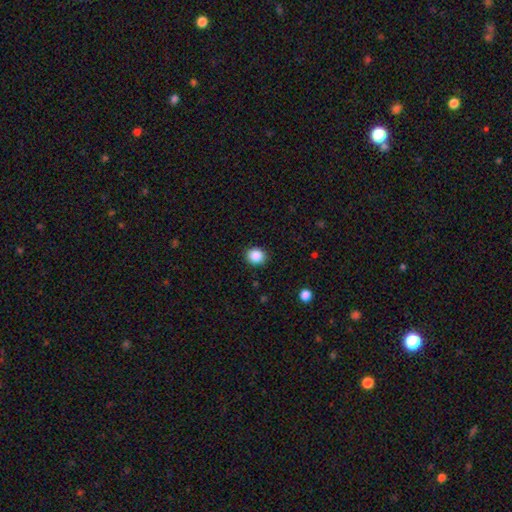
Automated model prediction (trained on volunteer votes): Smooth or featured?
  - smooth: 87% *
  - star or artifact: 9%
  - featured or disk: 3%
How rounded?
  - round: 81% *
  - in between: 18%
  - cigar-shaped: 1%
Merging?
  - none: 91% *
  - minor disturbance: 6%
  - major disturbance: 2%
  - merger: 1%